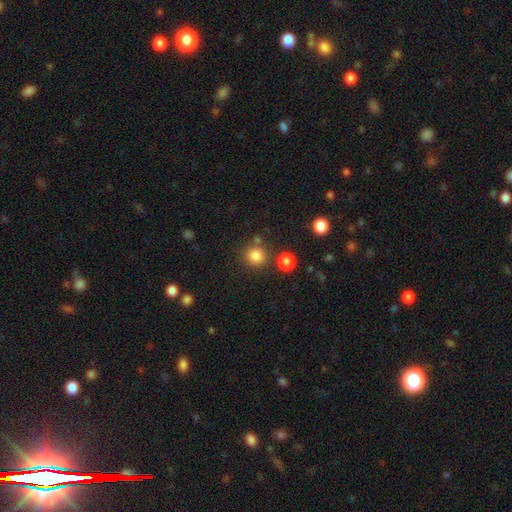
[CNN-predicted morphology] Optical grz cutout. It shows a smooth galaxy with no disk features (82%) that is round (91%). Merging: none (78%).